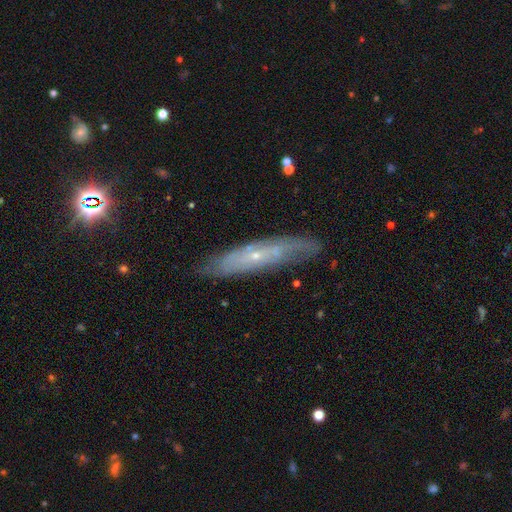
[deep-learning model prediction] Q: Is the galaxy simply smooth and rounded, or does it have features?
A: featured or disk — 66%.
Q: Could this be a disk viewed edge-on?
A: no — 52%.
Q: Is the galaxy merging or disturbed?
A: none — 78%.